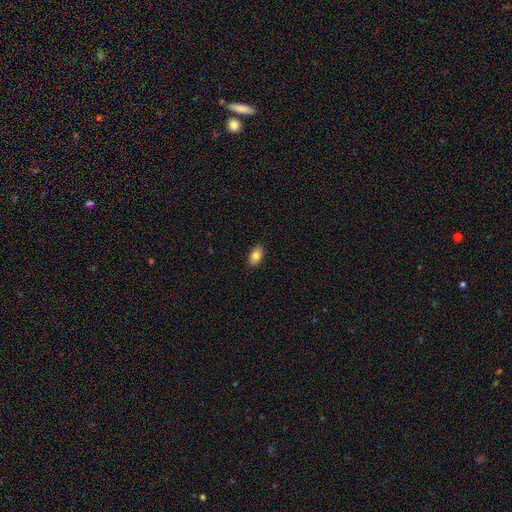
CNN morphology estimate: smooth_or_featured: smooth (p=0.82) [alt: featured or disk p=0.10]
how_rounded: in between (p=0.93) [alt: round p=0.05]
merging: none (p=0.89) [alt: minor disturbance p=0.09]